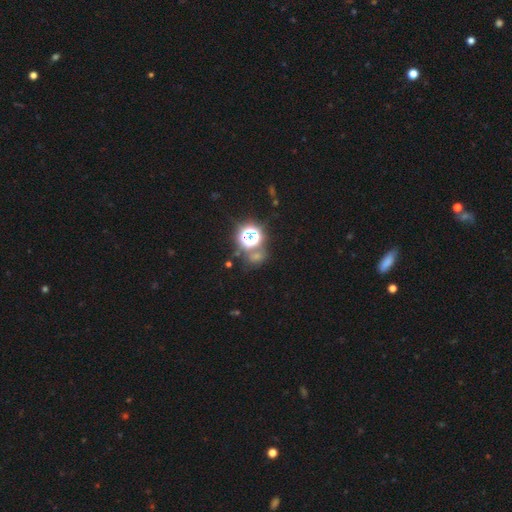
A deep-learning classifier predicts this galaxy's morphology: A star or artifact, not a galaxy (67%).

Vote fractions:
- Smooth or featured? star or artifact: 67% / smooth: 24% / featured or disk: 9%